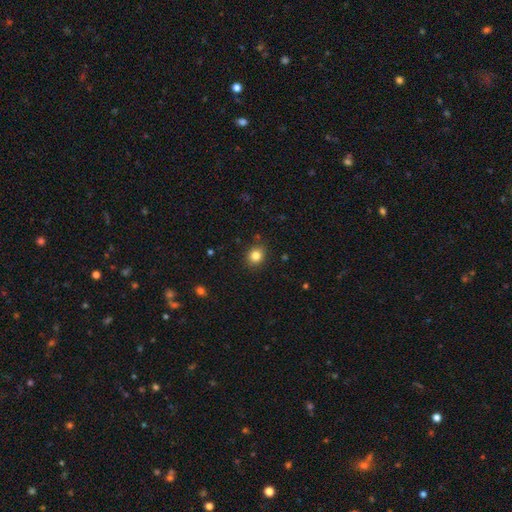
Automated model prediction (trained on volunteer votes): smooth 83%, star or artifact 11%, featured or disk 6%. Down the decision tree: how rounded — round (75%); merging — none (88%).